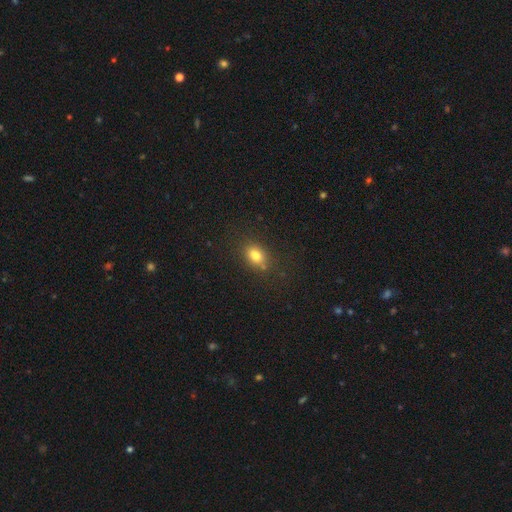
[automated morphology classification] Smooth or featured?
  - smooth: 79% *
  - star or artifact: 12%
  - featured or disk: 9%
How rounded?
  - in between: 72% *
  - round: 26%
  - cigar-shaped: 2%
Merging?
  - none: 76% *
  - minor disturbance: 15%
  - merger: 5%
  - major disturbance: 4%